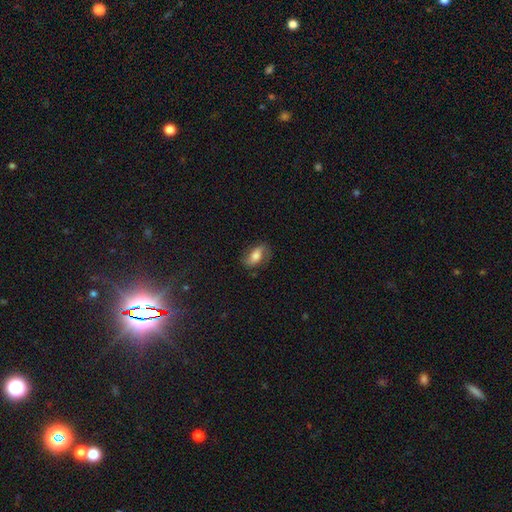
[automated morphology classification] This is possibly a smooth galaxy (54%). How rounded: clearly in between (84%). Merging: likely none (71%).